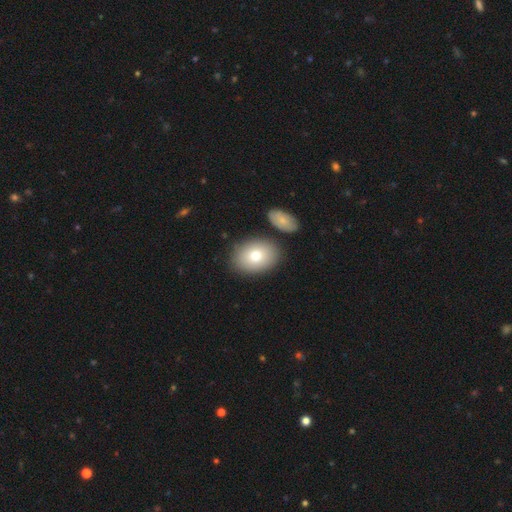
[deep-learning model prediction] smooth_or_featured: smooth (p=0.77) [alt: featured or disk p=0.15]
how_rounded: in between (p=0.74) [alt: round p=0.25]
merging: none (p=0.80) [alt: minor disturbance p=0.10]